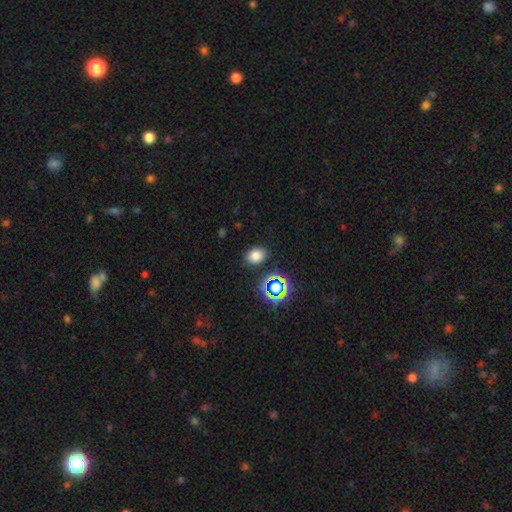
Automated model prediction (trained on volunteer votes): smooth_or_featured: smooth (p=0.76) [alt: star or artifact p=0.19]
how_rounded: in between (p=0.66) [alt: round p=0.33]
merging: none (p=0.85) [alt: minor disturbance p=0.10]